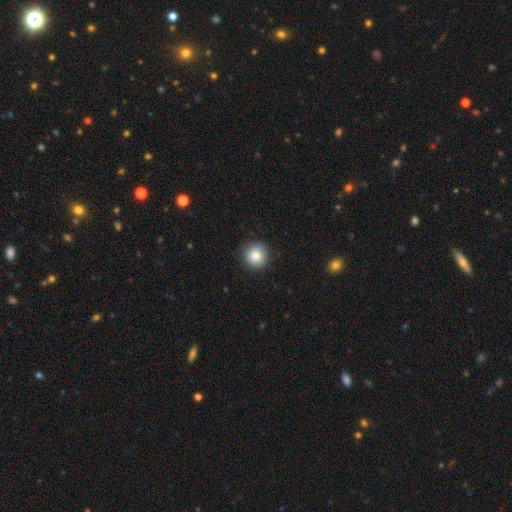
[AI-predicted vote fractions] Morphology: type=smooth (85%); roundness=round (94%); merging=none (89%).